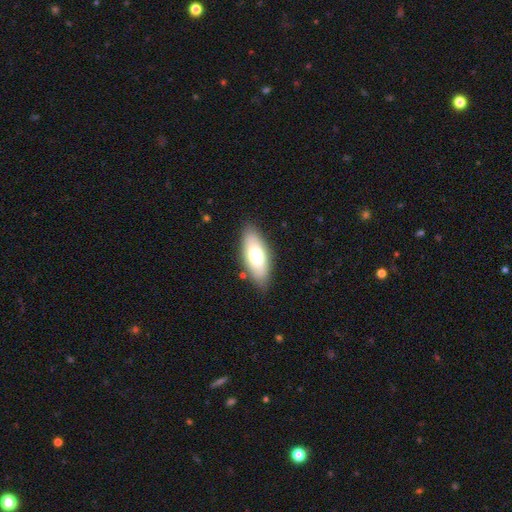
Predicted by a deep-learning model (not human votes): A smooth galaxy with no disk features (71%) that is in between round and cigar-shaped (79%). Merging: none (84%).